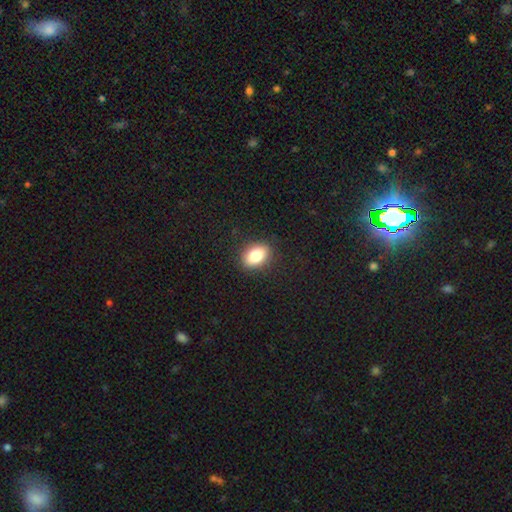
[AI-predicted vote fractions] Overall: smooth (83%). How rounded: in between (81%). Merging: none (87%).